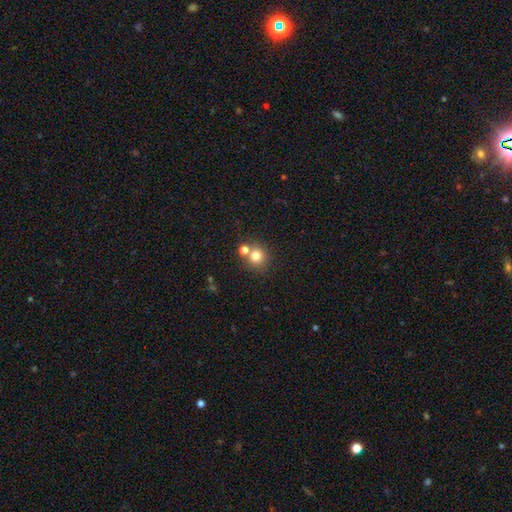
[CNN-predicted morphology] A smooth galaxy with no disk features (78%) that is round (88%).

Vote fractions:
- Smooth or featured? smooth: 78% / star or artifact: 13% / featured or disk: 9%
- How rounded? round: 88% / in between: 11% / cigar-shaped: 1%
- Merging? none: 62% / merger: 28% / minor disturbance: 8% / major disturbance: 3%